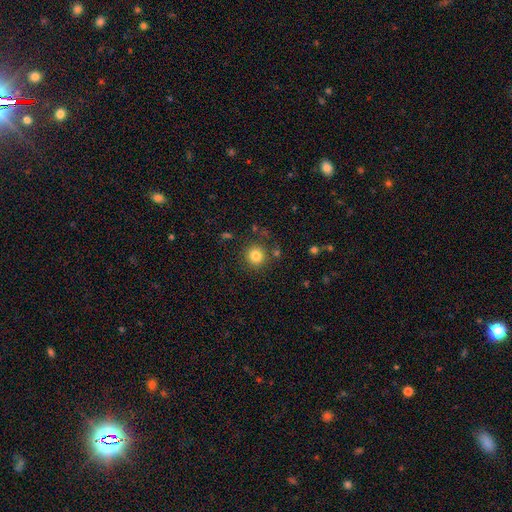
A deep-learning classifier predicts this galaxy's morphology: A smooth galaxy with no disk features (81%) that is round (93%). Merging: none (84%).